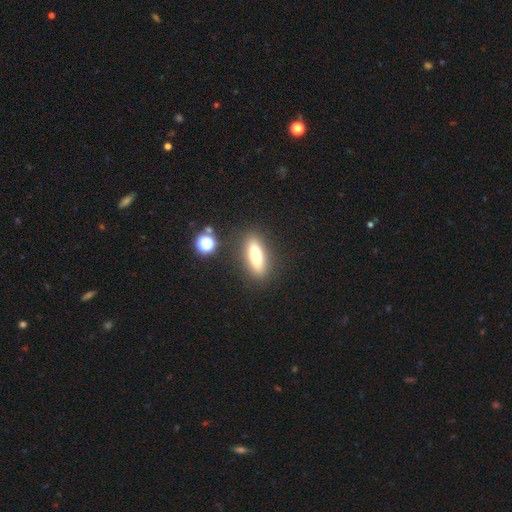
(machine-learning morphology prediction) Smooth or featured?
  - smooth: 65% *
  - featured or disk: 27%
  - star or artifact: 9%
How rounded?
  - cigar-shaped: 52% *
  - in between: 45%
  - round: 3%
Merging?
  - none: 86% *
  - minor disturbance: 8%
  - merger: 3%
  - major disturbance: 3%